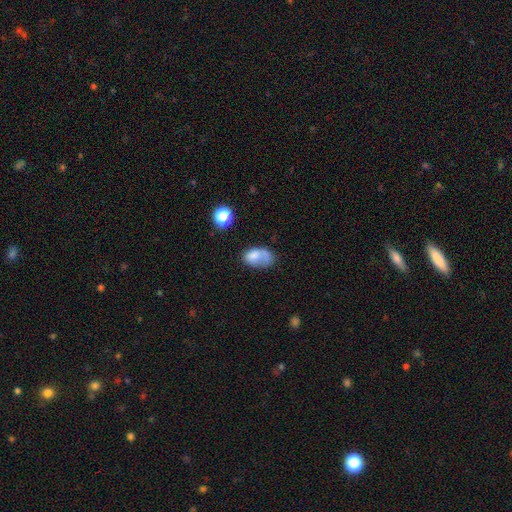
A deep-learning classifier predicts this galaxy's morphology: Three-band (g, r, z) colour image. It shows a smooth galaxy with no disk features (68%) that is in between round and cigar-shaped (87%). Merging: none (34%).